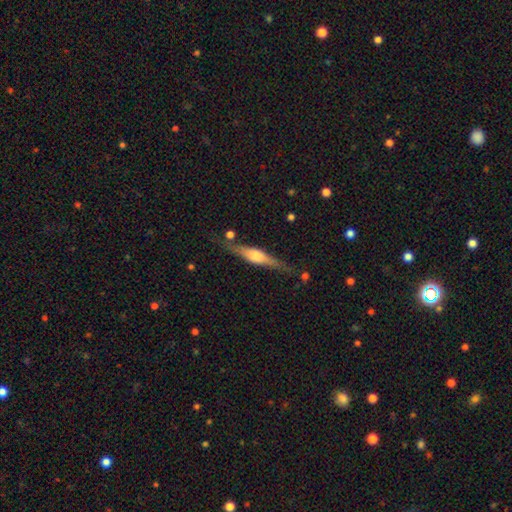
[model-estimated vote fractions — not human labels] This appears to be a featured or disk galaxy (67%) viewed edge-on (95%) with a rounded central bulge (81%). Merging: none (78%).